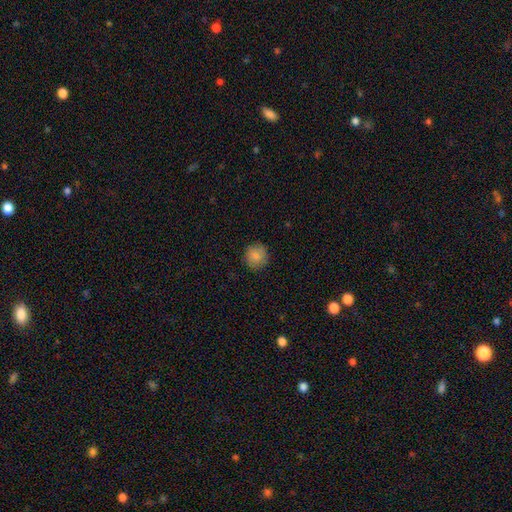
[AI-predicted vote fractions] Overall: smooth (86%). How rounded: round (92%). Merging: none (89%).